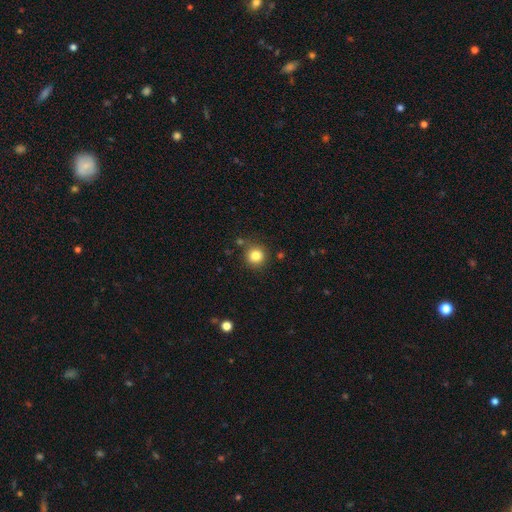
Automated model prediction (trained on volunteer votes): smooth_or_featured: smooth (p=0.83) [alt: star or artifact p=0.11]
how_rounded: round (p=0.93) [alt: in between p=0.06]
merging: none (p=0.85) [alt: minor disturbance p=0.09]